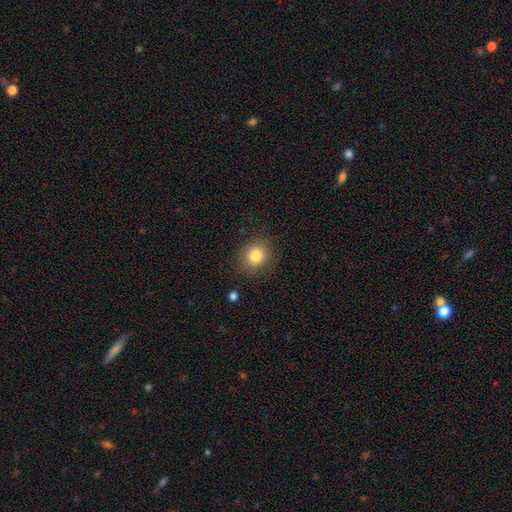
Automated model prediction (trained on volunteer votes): A smooth galaxy with no disk features (81%) that is round (76%). Merging: none (85%).